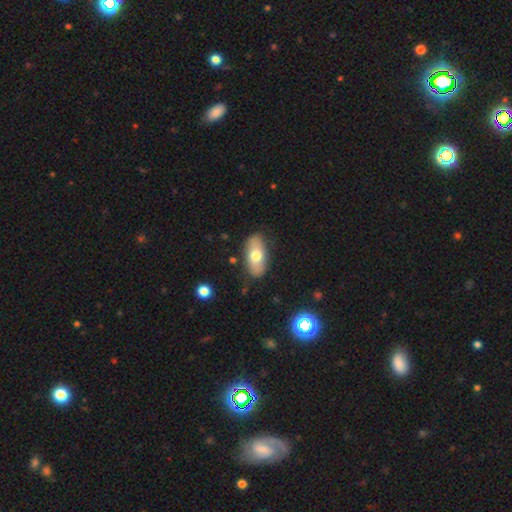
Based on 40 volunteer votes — Smooth or featured? smooth (50%)
How rounded? in between (80%)
Merging? none (74%)